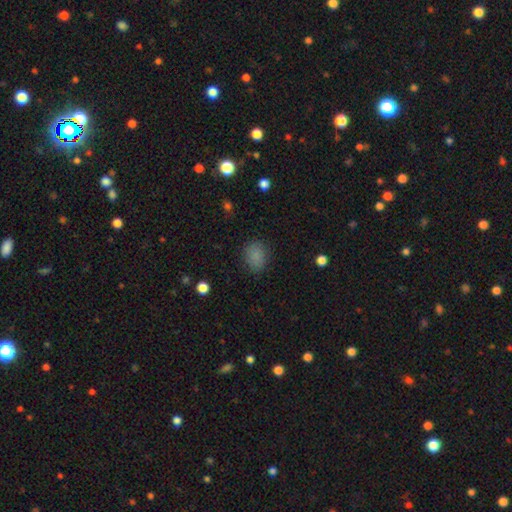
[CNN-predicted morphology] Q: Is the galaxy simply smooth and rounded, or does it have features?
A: smooth — 84%.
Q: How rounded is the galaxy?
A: in between — 52%.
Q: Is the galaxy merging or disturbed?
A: none — 83%.